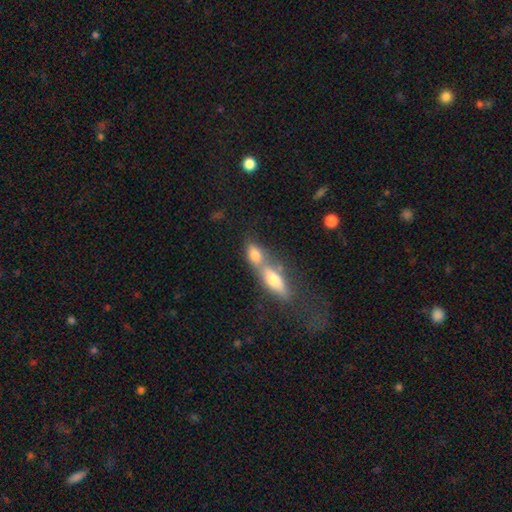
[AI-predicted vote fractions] Smooth or featured? smooth (66%)
How rounded? in between (64%)
Merging? merger (65%)